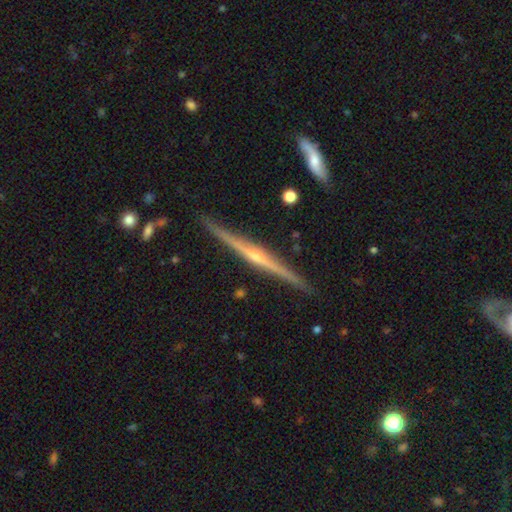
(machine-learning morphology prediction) smooth-or-featured: featured or disk: 84% | smooth: 10% | star or artifact: 6%
  disk-edge-on: yes: 98% | no: 2%
    edge-on-bulge: rounded: 76% | none: 17% | boxy: 7%
  merging: none: 88% | minor disturbance: 9% | merger: 2% | major disturbance: 2%